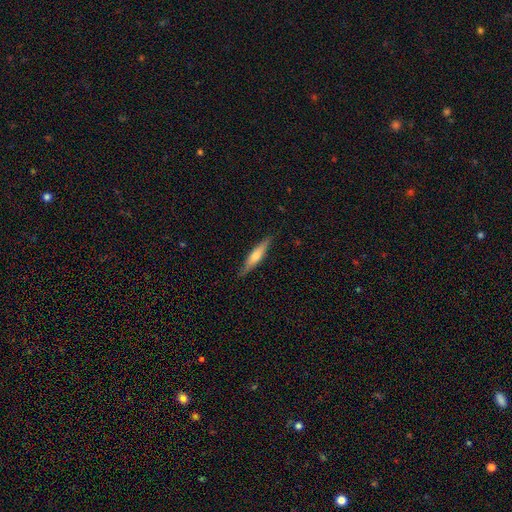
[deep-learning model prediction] The model was most divided on "smooth or featured" (2-way tie): smooth: 47%, featured or disk: 47%, star or artifact: 6%. More confident: merging — none (87%).